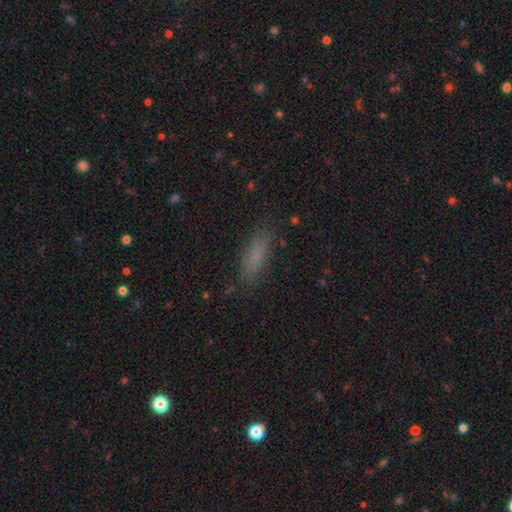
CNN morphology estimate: Q: Smooth or featured?
A: smooth (79%); runner-up: star or artifact (11%)
Q: How rounded?
A: in between (50%); runner-up: cigar-shaped (47%)
Q: Merging?
A: none (84%); runner-up: minor disturbance (11%)